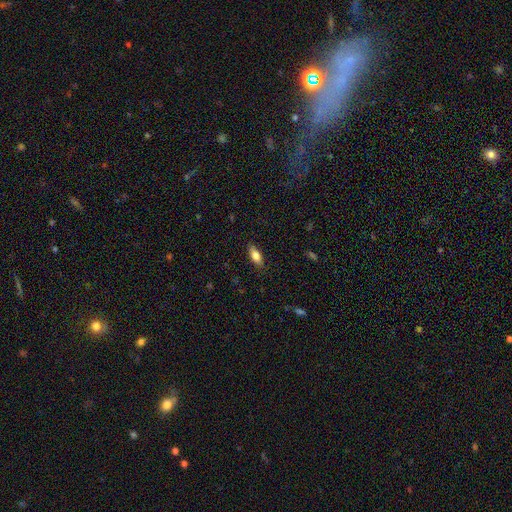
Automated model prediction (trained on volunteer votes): Smooth or featured?
  - smooth: 77% *
  - featured or disk: 16%
  - star or artifact: 7%
How rounded?
  - in between: 76% *
  - cigar-shaped: 21%
  - round: 3%
Merging?
  - none: 86% *
  - minor disturbance: 10%
  - major disturbance: 2%
  - merger: 1%